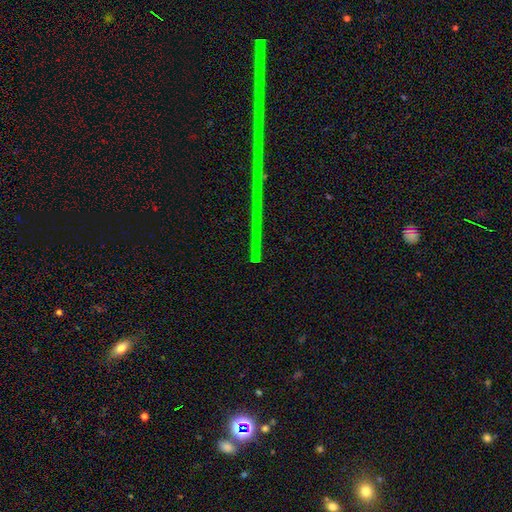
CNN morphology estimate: Smooth or featured? Predicted: star or artifact (p=0.75).